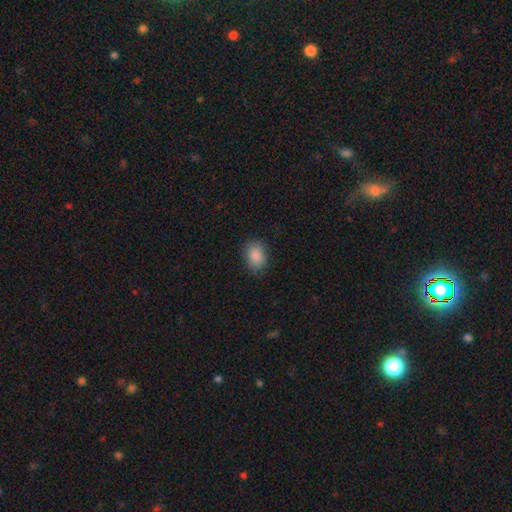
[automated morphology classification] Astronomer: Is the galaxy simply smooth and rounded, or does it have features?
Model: smooth — 88%.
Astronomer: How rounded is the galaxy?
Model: in between — 61% (runner-up: round, 38%).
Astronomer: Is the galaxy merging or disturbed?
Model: none — 82%.